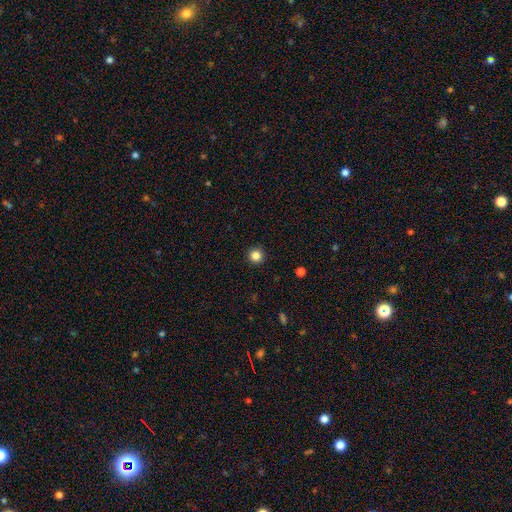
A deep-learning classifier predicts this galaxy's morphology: Smooth or featured? smooth (85%)
How rounded? round (96%)
Merging? none (93%)